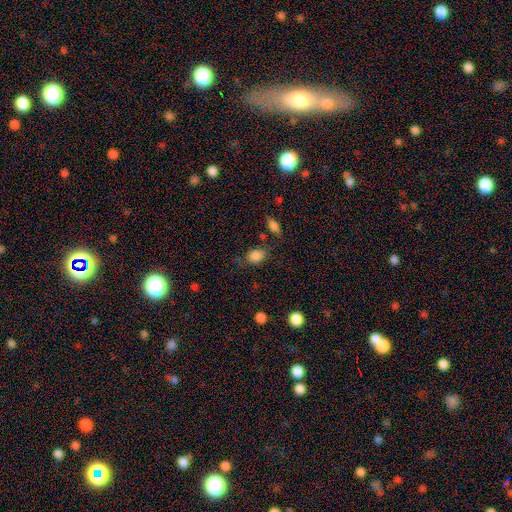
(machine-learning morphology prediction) smooth-or-featured: smooth: 83% | star or artifact: 10% | featured or disk: 7%
  how-rounded: in between: 67% | round: 31% | cigar-shaped: 2%
  merging: none: 65% | minor disturbance: 22% | major disturbance: 8% | merger: 6%